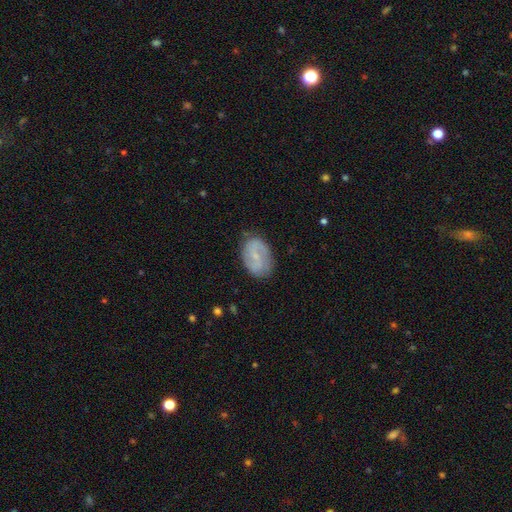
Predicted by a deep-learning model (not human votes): Smooth or featured?
  - featured or disk: 66% *
  - smooth: 27%
  - star or artifact: 7%
Edge-on disk?
  - no: 96% *
  - yes: 4%
Bar?
  - weak: 50% *
  - no: 34%
  - strong: 16%
Spiral arms?
  - yes: 85% *
  - no: 15%
Spiral winding?
  - medium: 44% *
  - loose: 30%
  - tight: 26%
Spiral arm count?
  - 2: 81% *
  - can't tell: 12%
  - 1: 2%
  - 3: 2%
  - 4: 1%
  - more than 4: 1%
Bulge size?
  - small: 70% *
  - moderate: 19%
  - none: 9%
  - large: 1%
  - dominant: 1%
Merging?
  - none: 77% *
  - minor disturbance: 17%
  - major disturbance: 5%
  - merger: 1%